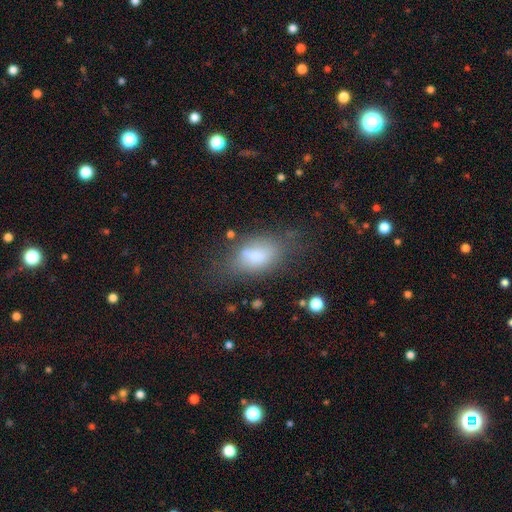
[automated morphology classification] Smooth or featured?
  - smooth: 70% *
  - featured or disk: 20%
  - star or artifact: 10%
How rounded?
  - in between: 86% *
  - round: 8%
  - cigar-shaped: 5%
Merging?
  - none: 50% *
  - minor disturbance: 26%
  - major disturbance: 17%
  - merger: 6%